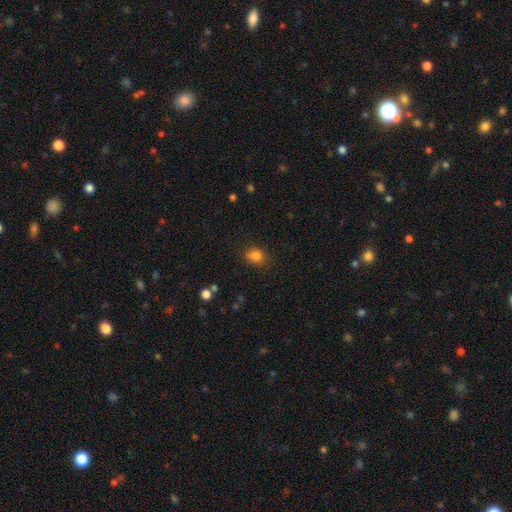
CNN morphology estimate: smooth 83%, star or artifact 12%, featured or disk 5%. Down the decision tree: how rounded — round (62%); merging — none (78%).